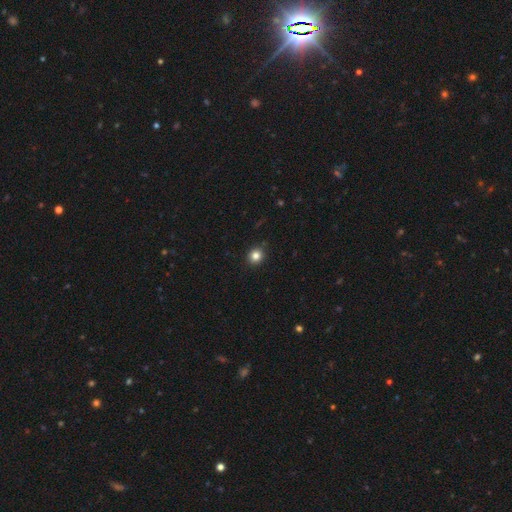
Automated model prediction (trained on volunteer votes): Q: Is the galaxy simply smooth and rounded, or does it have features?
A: smooth — 83%.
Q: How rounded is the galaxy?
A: round — 84%.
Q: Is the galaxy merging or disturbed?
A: none — 91%.